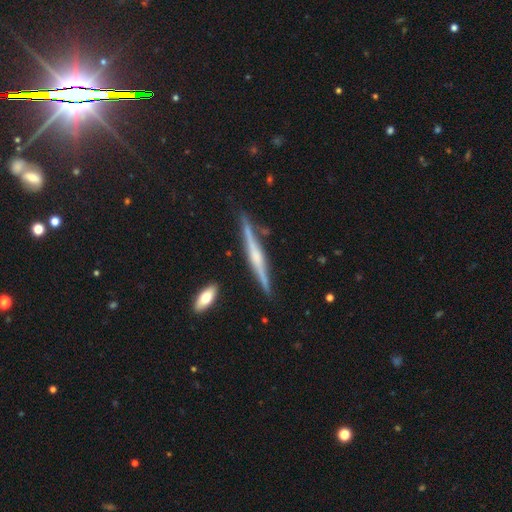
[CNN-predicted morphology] A featured or disk galaxy (75%) viewed edge-on (98%) with a rounded central bulge (60%). Merging: none (85%).